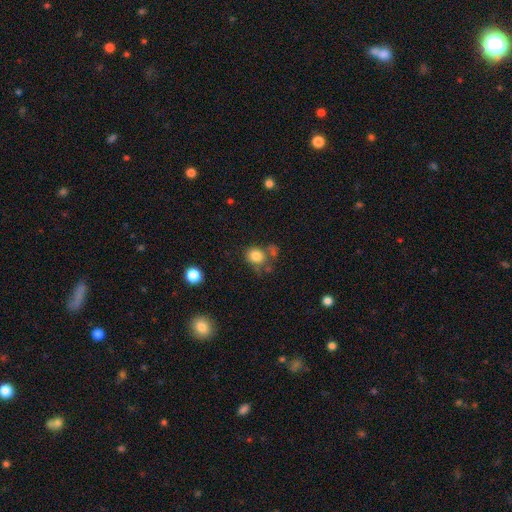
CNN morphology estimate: This appears to be a smooth galaxy with no disk features (82%) that is round (72%). Merging: none (60%).